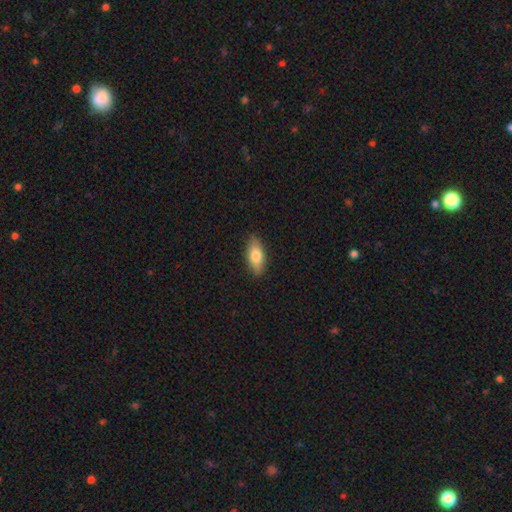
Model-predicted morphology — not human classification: Smooth or featured? smooth (75%)
How rounded? in between (81%)
Merging? none (87%)